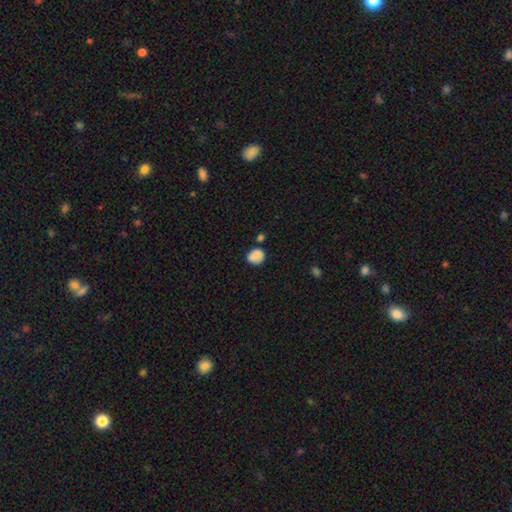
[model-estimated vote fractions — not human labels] smooth 85%, star or artifact 9%, featured or disk 6%. Down the decision tree: how rounded — round (65%); merging — none (70%).